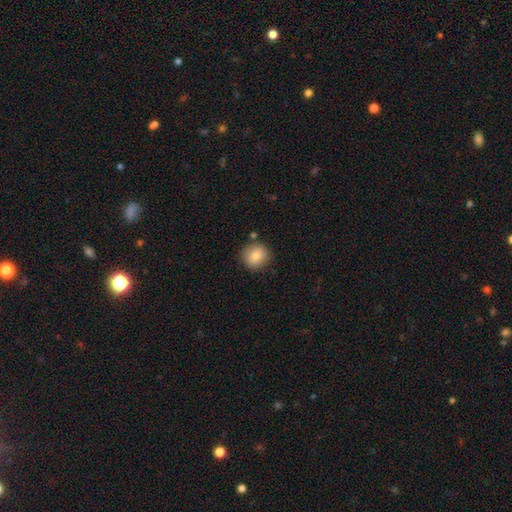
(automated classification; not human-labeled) Morphology: type=smooth (83%); roundness=round (89%); merging=none (84%).